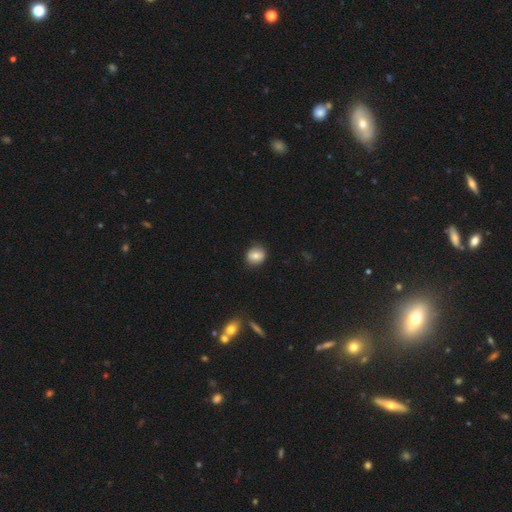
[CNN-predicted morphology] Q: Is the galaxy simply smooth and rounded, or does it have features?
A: smooth — 76%.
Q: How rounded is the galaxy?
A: round — 73%.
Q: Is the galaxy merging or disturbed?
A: none — 83%.